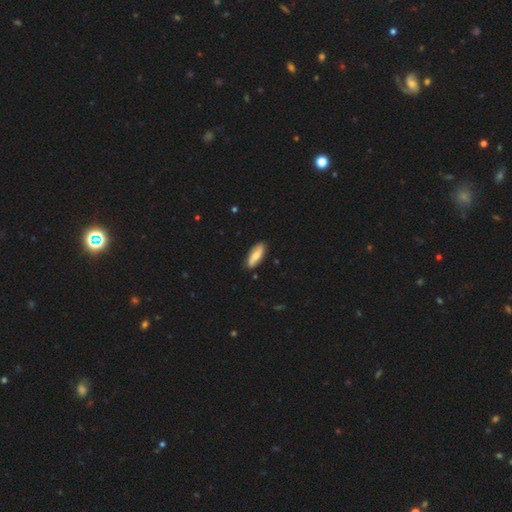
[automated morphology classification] smooth 56%, featured or disk 39%, star or artifact 5%. Down the decision tree: how rounded — in between (65%); merging — none (86%).